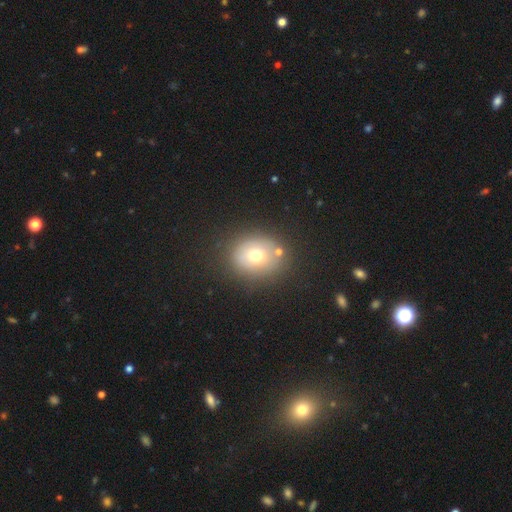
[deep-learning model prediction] Smooth or featured: smooth — 67% (featured or disk — 18%)
How rounded: round — 65% (in between — 34%)
Merging: none — 76% (minor disturbance — 12%)